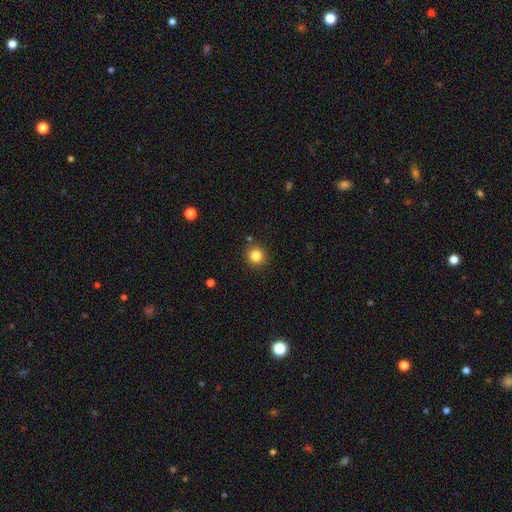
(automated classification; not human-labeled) Overall: smooth (83%). How rounded: round (91%). Merging: none (89%).